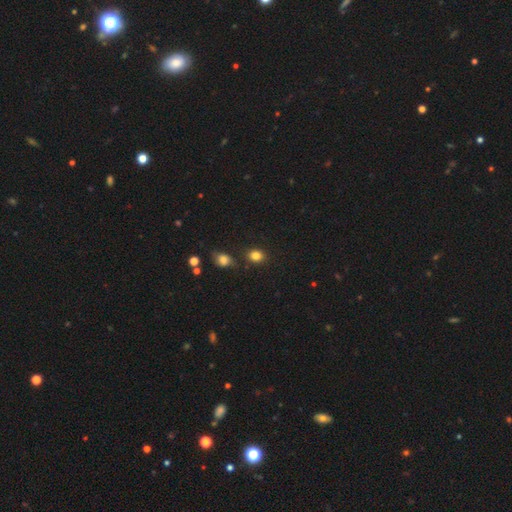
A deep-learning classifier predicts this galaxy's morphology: Smooth or featured: smooth — 82% (star or artifact — 12%)
How rounded: round — 56% (in between — 43%)
Merging: none — 78% (minor disturbance — 11%)